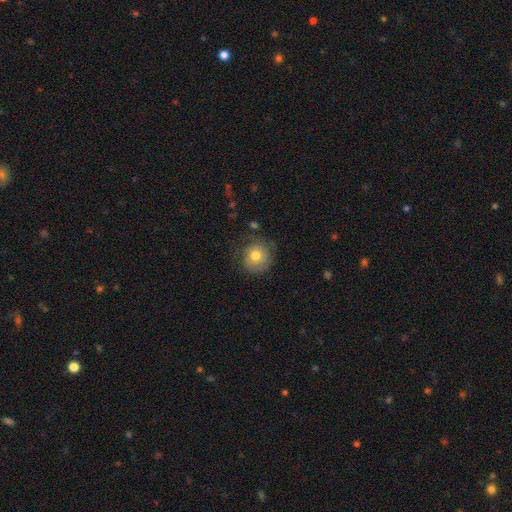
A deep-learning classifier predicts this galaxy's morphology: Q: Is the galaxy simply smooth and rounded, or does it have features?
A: smooth — 63%.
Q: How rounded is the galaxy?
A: round — 89%.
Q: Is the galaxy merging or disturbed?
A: none — 68%.